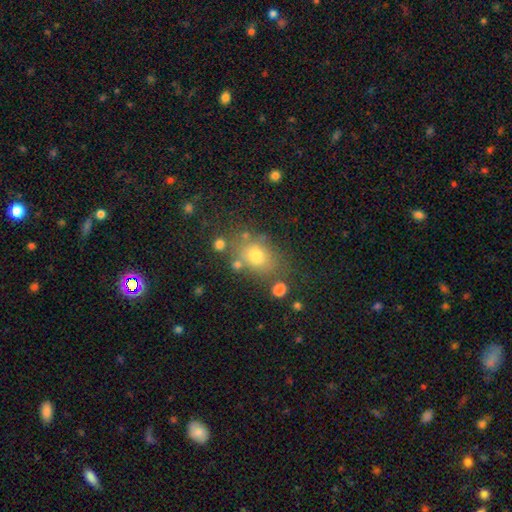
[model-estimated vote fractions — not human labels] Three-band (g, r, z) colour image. It shows a smooth galaxy with no disk features (72%) that is in between round and cigar-shaped (62%). Merging: none (68%).